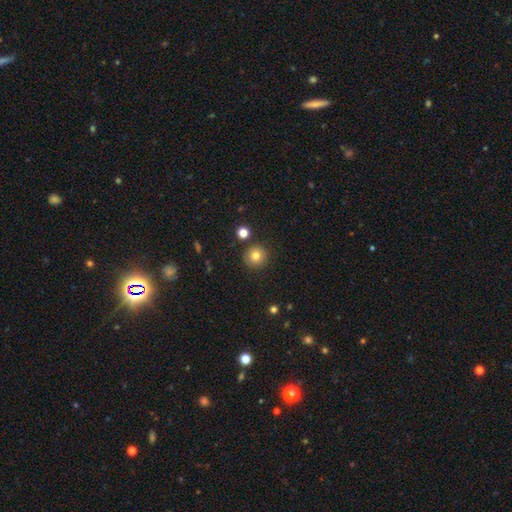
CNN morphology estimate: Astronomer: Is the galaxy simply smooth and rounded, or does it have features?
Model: smooth — 79%.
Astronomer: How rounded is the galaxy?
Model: round — 94%.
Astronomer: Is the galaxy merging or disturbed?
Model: none — 88%.